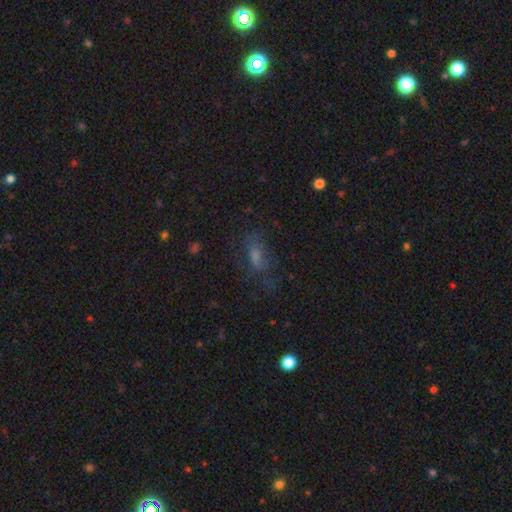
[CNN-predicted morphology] A smooth galaxy with no disk features (47%). Merging: none (59%).